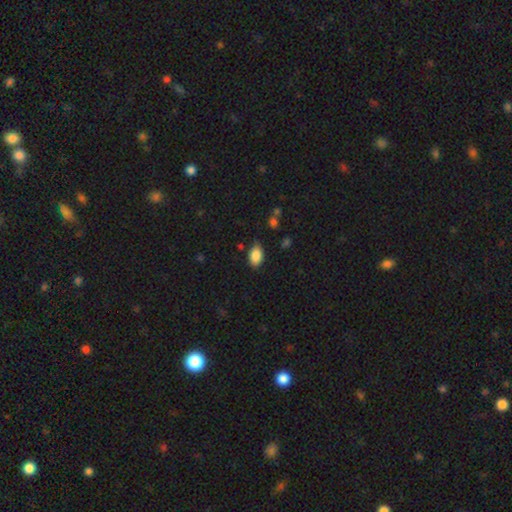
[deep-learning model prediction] smooth_or_featured: smooth (p=0.87) [alt: star or artifact p=0.08]
how_rounded: in between (p=0.89) [alt: round p=0.10]
merging: none (p=0.77) [alt: minor disturbance p=0.18]